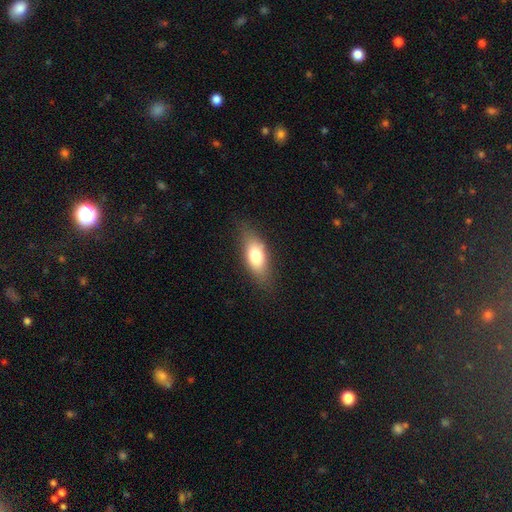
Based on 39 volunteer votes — A smooth galaxy with no disk features (62%) that is cigar-shaped (50%).

Vote fractions:
- Smooth or featured? smooth: 62% / featured or disk: 31% / star or artifact: 8%
- How rounded? cigar-shaped: 50% / in between: 46% / round: 4%
- Merging? none: 72% / minor disturbance: 22% / merger: 6% / major disturbance: 0%